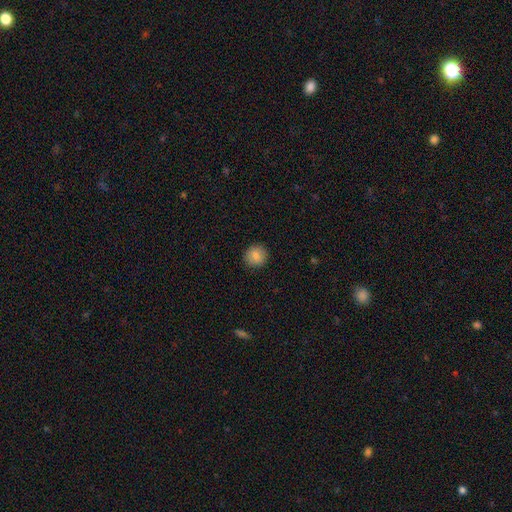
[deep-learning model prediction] Smooth or featured: smooth — 85% (star or artifact — 9%)
How rounded: round — 91% (in between — 8%)
Merging: none — 91% (minor disturbance — 6%)